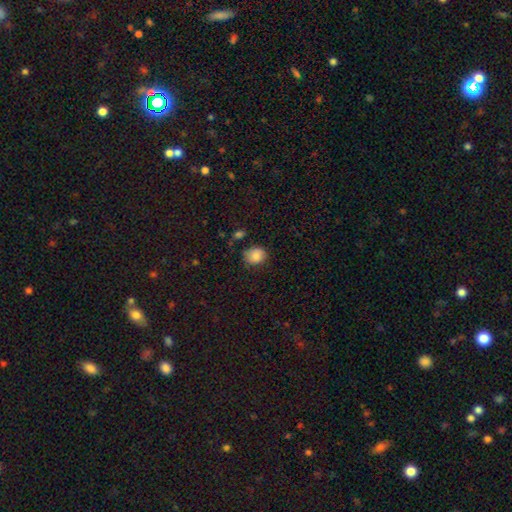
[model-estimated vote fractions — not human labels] The model was most divided on "how rounded": round: 67%, in between: 32%, cigar-shaped: 1%. More confident: smooth or featured — smooth (85%); merging — none (69%).